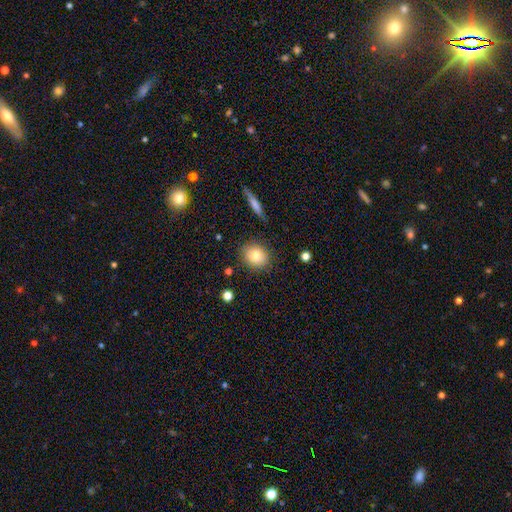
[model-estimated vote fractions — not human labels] Smooth or featured? smooth (80%)
How rounded? round (64%)
Merging? none (86%)